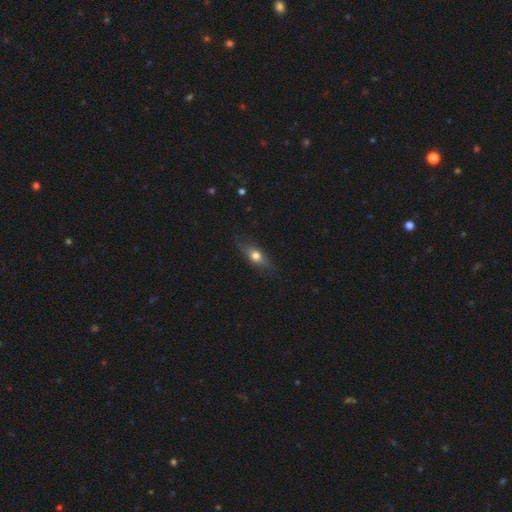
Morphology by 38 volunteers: A featured or disk galaxy (53%) viewed edge-on (80%) with a rounded central bulge (100%). Merging: none (71%).